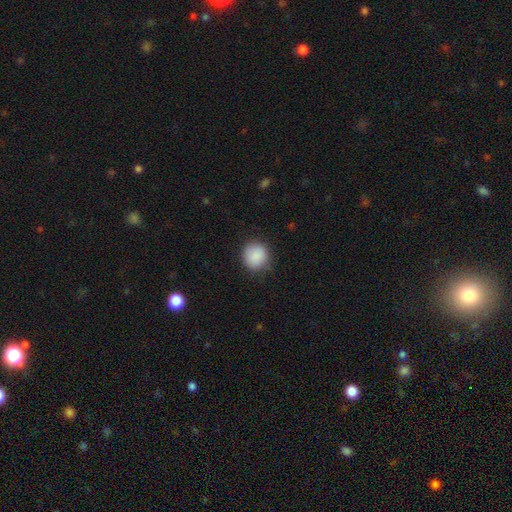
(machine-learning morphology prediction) A smooth galaxy with no disk features (89%) that is round (86%).

Vote fractions:
- Smooth or featured? smooth: 89% / star or artifact: 8% / featured or disk: 4%
- How rounded? round: 86% / in between: 13% / cigar-shaped: 1%
- Merging? none: 81% / minor disturbance: 14% / major disturbance: 3% / merger: 1%